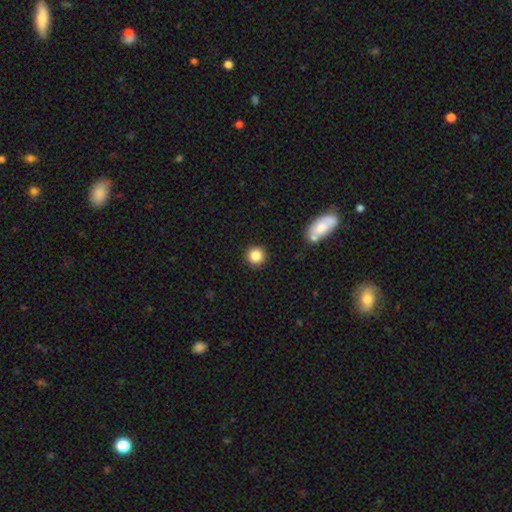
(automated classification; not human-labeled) Smooth or featured: smooth — 85% (star or artifact — 10%)
How rounded: round — 94% (in between — 4%)
Merging: none — 91% (minor disturbance — 5%)